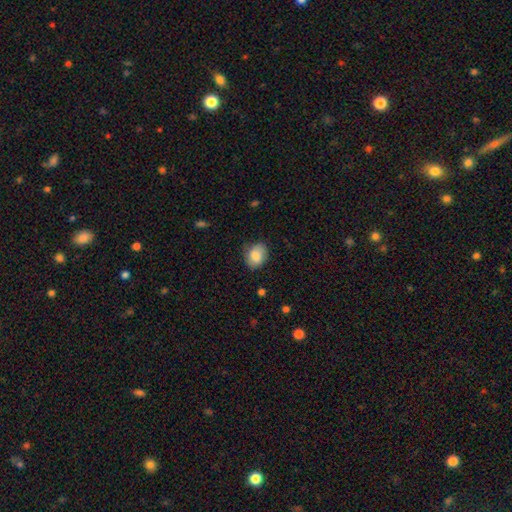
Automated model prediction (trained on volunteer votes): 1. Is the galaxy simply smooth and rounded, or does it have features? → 84% smooth, 9% featured or disk, 7% star or artifact.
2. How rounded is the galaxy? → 57% in between, 42% round, 1% cigar-shaped.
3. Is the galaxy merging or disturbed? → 74% none, 20% minor disturbance, 4% major disturbance, 1% merger.